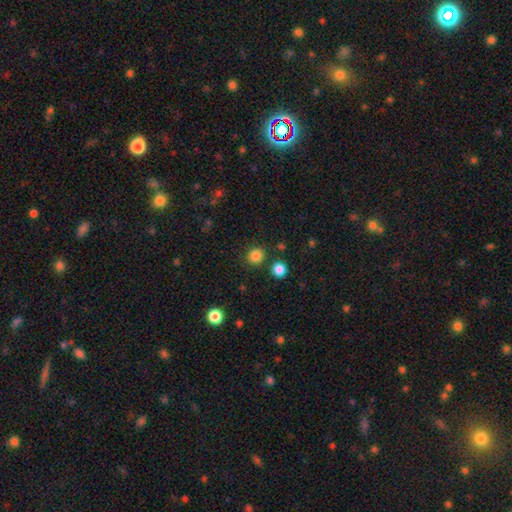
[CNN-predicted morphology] This is clearly a smooth galaxy (84%). How rounded: clearly round (88%). Merging: clearly none (87%).